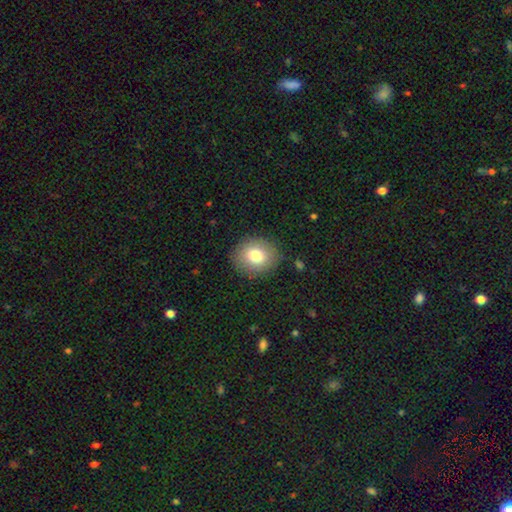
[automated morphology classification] This is likely a smooth galaxy (79%). How rounded: likely round (75%). Merging: clearly none (88%).